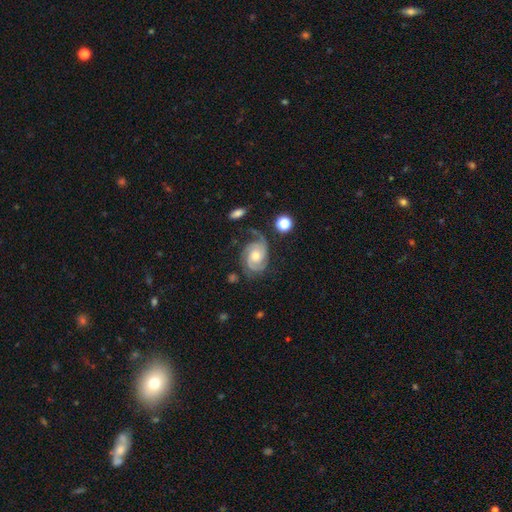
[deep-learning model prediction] The model was most divided on "spiral winding": tight: 56%, medium: 36%, loose: 8%. More confident: edge-on disk — no (98%); spiral arms — yes (97%); smooth or featured — featured or disk (86%); bar — no (71%); merging — none (65%); bulge size — moderate (65%); spiral arm count — 2 (54%).